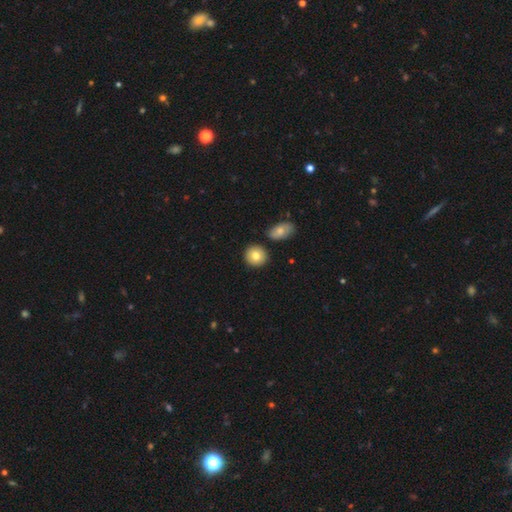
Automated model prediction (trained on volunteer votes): Smooth or featured: smooth — 81% (featured or disk — 11%)
How rounded: round — 87% (in between — 12%)
Merging: none — 85% (minor disturbance — 7%)